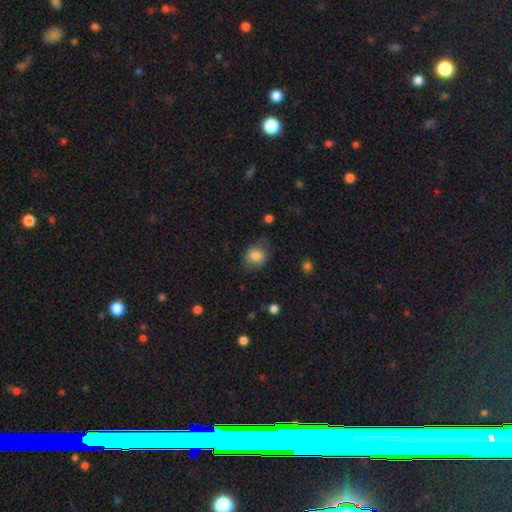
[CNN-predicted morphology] smooth 80%, featured or disk 11%, star or artifact 9%. Down the decision tree: how rounded — round (55%); merging — none (66%).